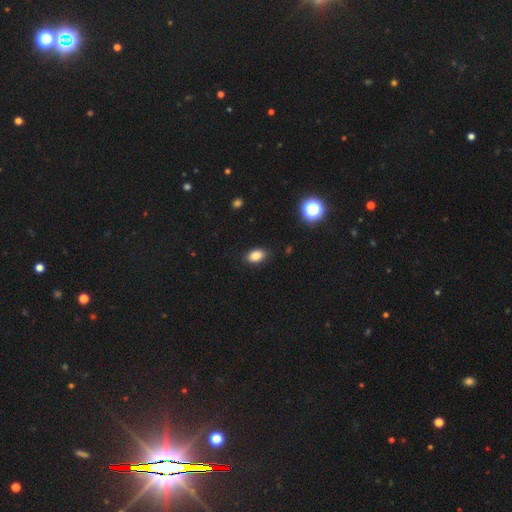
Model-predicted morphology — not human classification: A smooth galaxy with no disk features (84%) that is in between round and cigar-shaped (85%). Merging: none (84%).